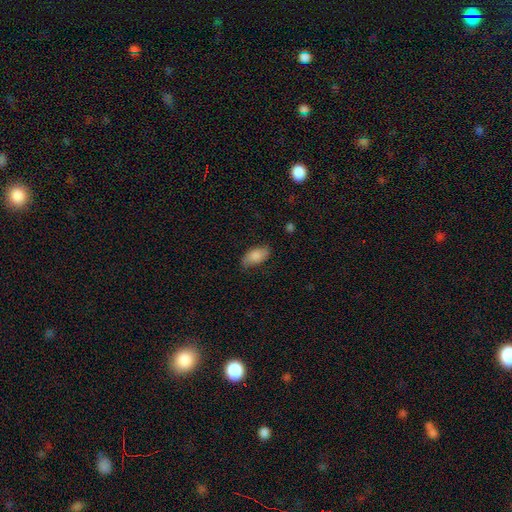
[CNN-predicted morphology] A smooth galaxy with no disk features (80%) that is in between round and cigar-shaped (93%). Merging: none (74%).